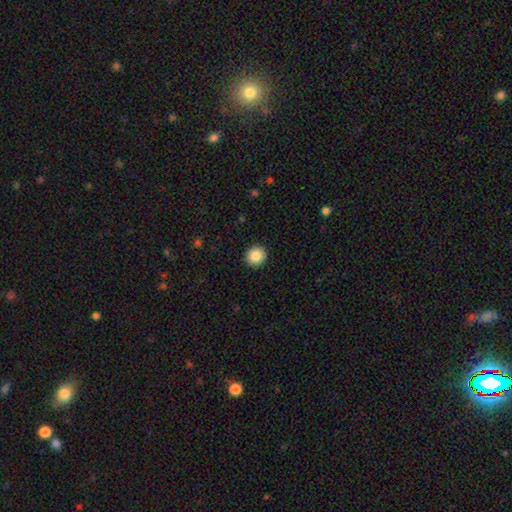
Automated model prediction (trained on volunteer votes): Overall: smooth (87%). How rounded: round (88%). Merging: none (92%).